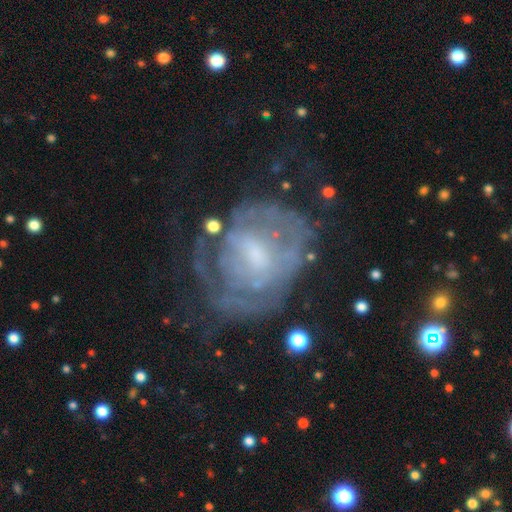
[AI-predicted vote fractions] This is likely a featured or disk galaxy (70%). It is clearly not viewed edge-on (97%). Bar: possibly no (50%). Spiral arm pattern: possibly yes (56%). Central bulge: marginally small (42%). Merging: possibly none (50%).